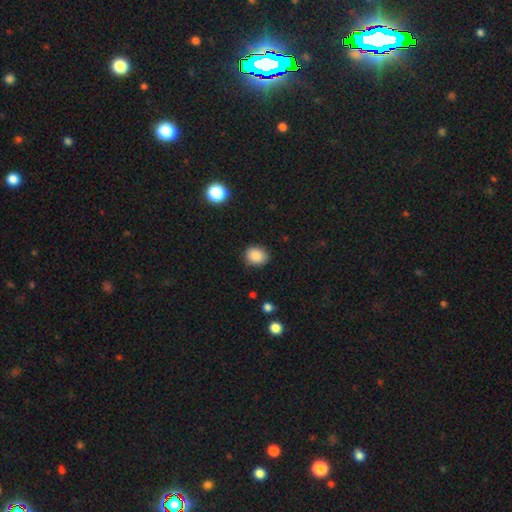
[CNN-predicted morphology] Smooth or featured? Predicted: smooth (p=0.87). How rounded? Predicted: round (p=0.61). Merging? Predicted: none (p=0.86).